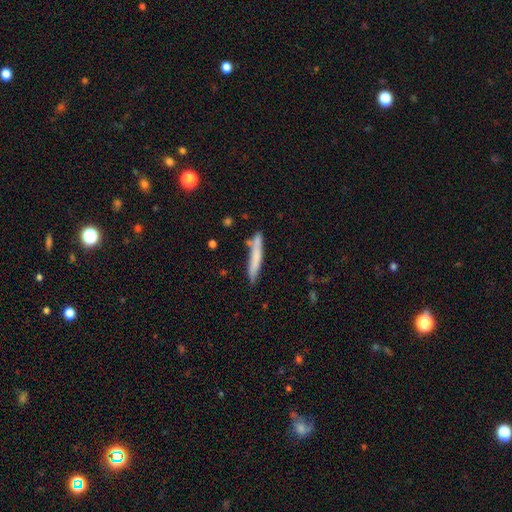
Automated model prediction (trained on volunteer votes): Smooth or featured? Predicted: smooth (p=0.68). How rounded? Predicted: cigar-shaped (p=0.94). Merging? Predicted: none (p=0.73).